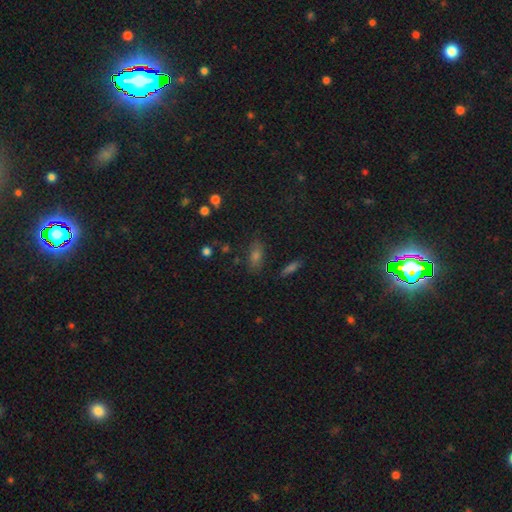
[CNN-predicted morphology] Smooth or featured? Predicted: smooth (p=0.61). How rounded? Predicted: in between (p=0.76). Merging? Predicted: none (p=0.80).